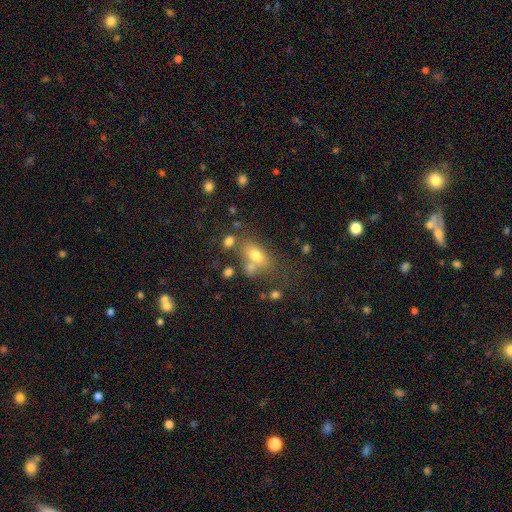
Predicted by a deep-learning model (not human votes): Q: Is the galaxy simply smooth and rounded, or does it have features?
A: smooth — 70%.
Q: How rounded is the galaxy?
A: in between — 79%.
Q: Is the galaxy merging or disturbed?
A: none — 52%.